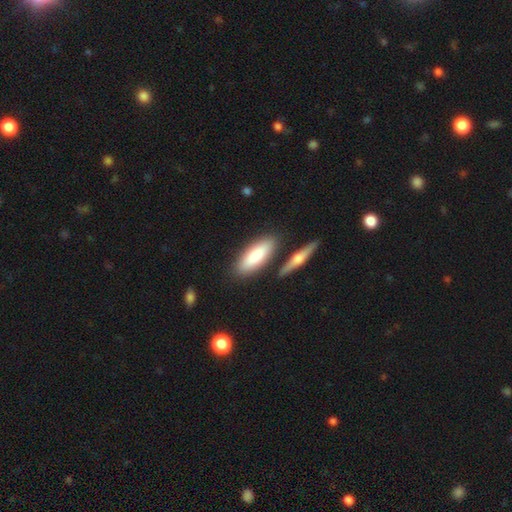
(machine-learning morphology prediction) This is clearly a smooth galaxy (80%). How rounded: likely in between (69%). Merging: likely none (77%).